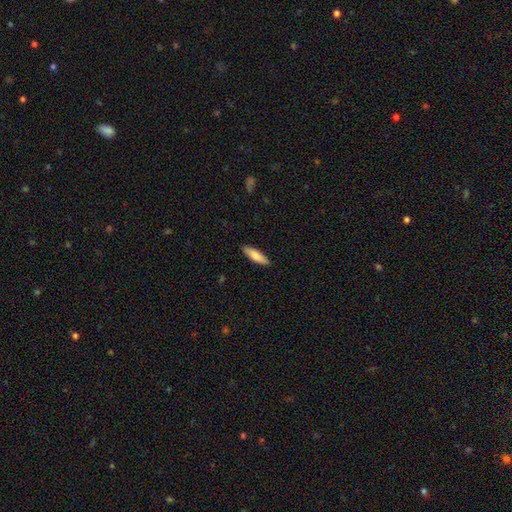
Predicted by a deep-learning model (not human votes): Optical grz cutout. It shows a smooth galaxy with no disk features (82%) that is cigar-shaped (55%). Merging: none (89%).